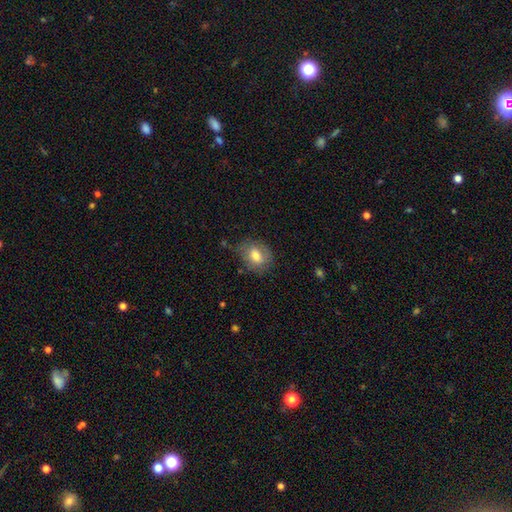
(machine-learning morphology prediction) Smooth or featured?
  - smooth: 70% *
  - featured or disk: 23%
  - star or artifact: 8%
How rounded?
  - in between: 62% *
  - round: 36%
  - cigar-shaped: 1%
Merging?
  - none: 68% *
  - minor disturbance: 23%
  - major disturbance: 7%
  - merger: 2%